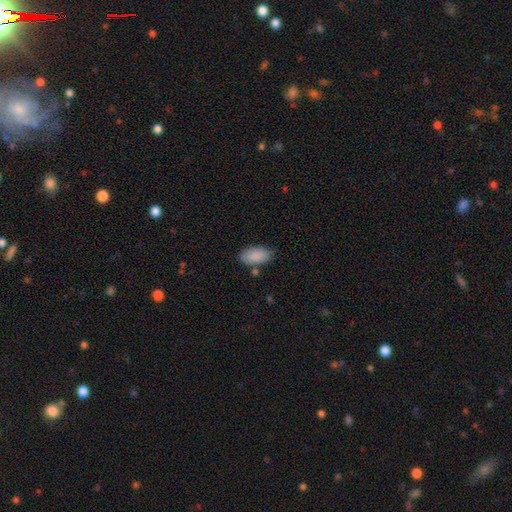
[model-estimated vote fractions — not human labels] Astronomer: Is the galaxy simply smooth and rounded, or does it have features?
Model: smooth — 89%.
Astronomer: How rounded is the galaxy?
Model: in between — 94%.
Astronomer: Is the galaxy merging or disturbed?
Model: none — 76%.